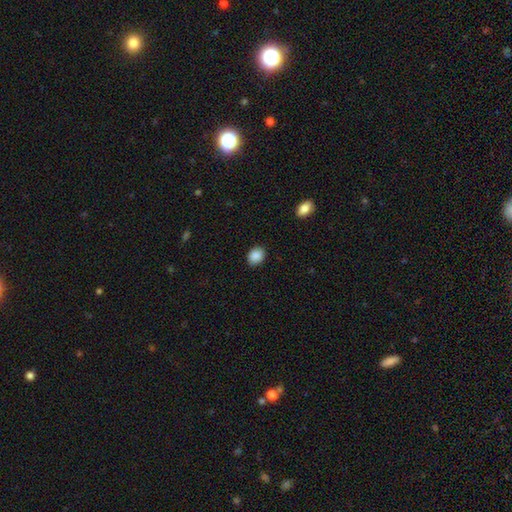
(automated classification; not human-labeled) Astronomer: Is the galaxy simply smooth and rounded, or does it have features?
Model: smooth — 89%.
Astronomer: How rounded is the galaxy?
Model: in between — 51% (runner-up: round, 48%).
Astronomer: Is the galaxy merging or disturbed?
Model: none — 89%.